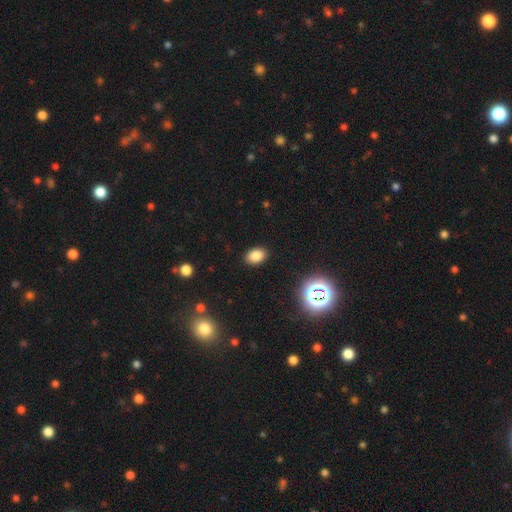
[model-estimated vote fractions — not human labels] This appears to be a smooth galaxy with no disk features (81%) that is in between round and cigar-shaped (82%). Merging: none (89%).